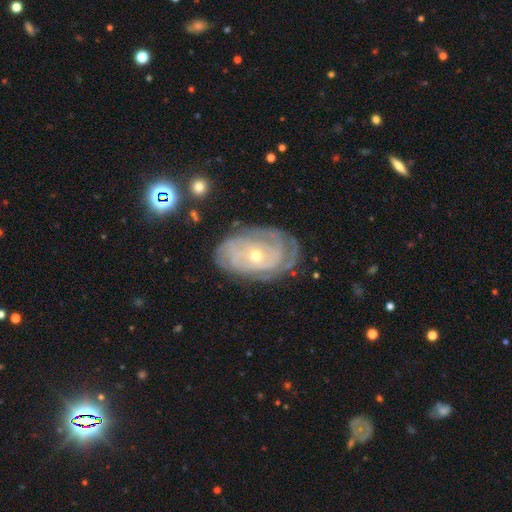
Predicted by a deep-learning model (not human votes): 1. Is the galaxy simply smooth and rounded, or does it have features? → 83% featured or disk, 10% smooth, 6% star or artifact.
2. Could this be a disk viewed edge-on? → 95% no, 5% yes.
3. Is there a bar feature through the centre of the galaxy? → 74% no, 20% weak, 6% strong.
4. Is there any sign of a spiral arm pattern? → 91% yes, 9% no.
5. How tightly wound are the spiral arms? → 78% tight, 17% medium, 5% loose.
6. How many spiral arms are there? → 48% can't tell, 16% 2, 14% 3, 10% 4, 7% more than 4, 5% 1.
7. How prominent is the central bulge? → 54% small, 43% moderate, 1% large, 1% none, 1% dominant.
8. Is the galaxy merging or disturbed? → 72% none, 19% minor disturbance, 7% major disturbance, 2% merger.